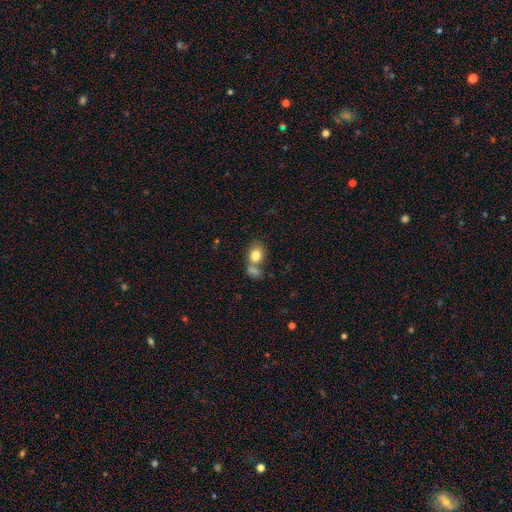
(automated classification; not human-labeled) A smooth galaxy with no disk features (81%) that is in between round and cigar-shaped (51%). Merging: none (42%).